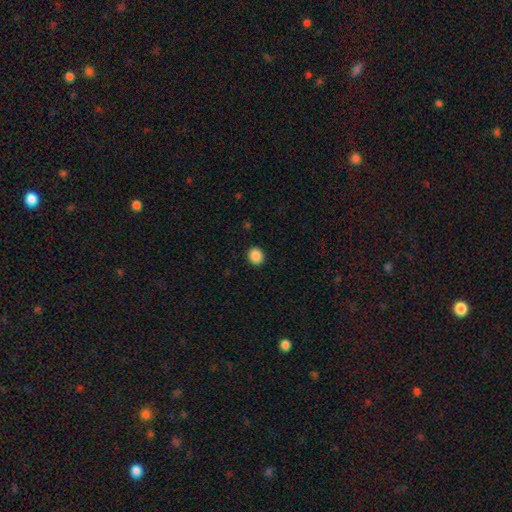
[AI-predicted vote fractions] Smooth or featured? Predicted: smooth (p=0.88). How rounded? Predicted: round (p=0.76). Merging? Predicted: none (p=0.92).